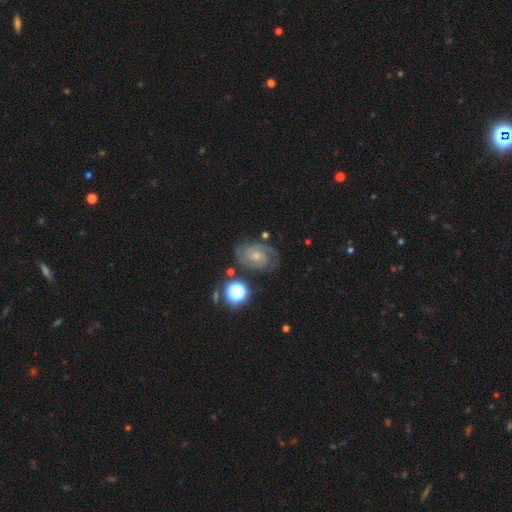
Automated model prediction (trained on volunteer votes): smooth-or-featured: featured or disk: 84% | star or artifact: 9% | smooth: 8%
  disk-edge-on: no: 98% | yes: 2%
    bar: no: 63% | weak: 31% | strong: 6%
    has-spiral-arms: yes: 97% | no: 3%
      spiral-winding: tight: 60% | medium: 34% | loose: 6%
      spiral-arm-count: 2: 70% | 3: 11% | can't tell: 10% | 1: 3% | 4: 3% | more than 4: 3%
    bulge-size: small: 60% | moderate: 34% | none: 3% | large: 2% | dominant: 1%
  merging: none: 74% | minor disturbance: 17% | major disturbance: 7% | merger: 3%